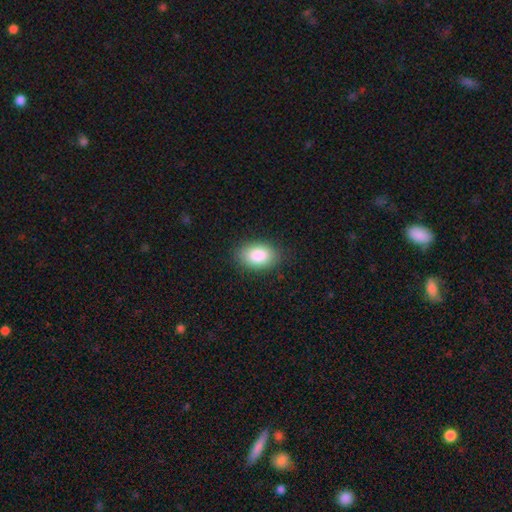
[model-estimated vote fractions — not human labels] smooth 88%, star or artifact 7%, featured or disk 5%. Down the decision tree: how rounded — in between (89%); merging — none (86%).